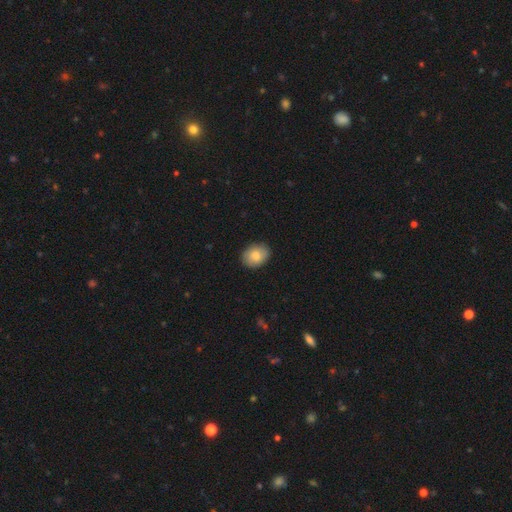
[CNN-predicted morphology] Smooth or featured: smooth — 82% (featured or disk — 10%)
How rounded: in between — 64% (round — 35%)
Merging: none — 88% (minor disturbance — 9%)